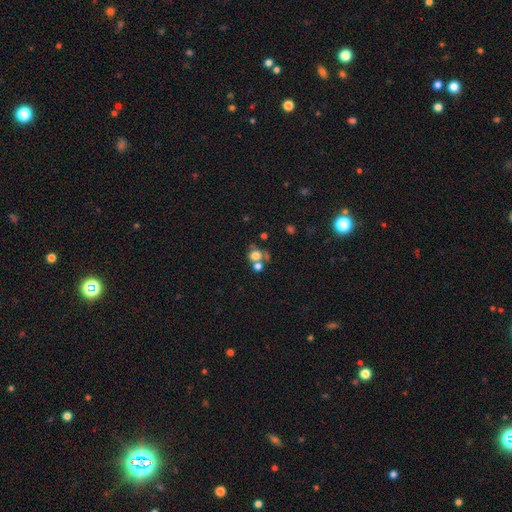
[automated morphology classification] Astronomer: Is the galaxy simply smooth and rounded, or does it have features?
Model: smooth — 68%.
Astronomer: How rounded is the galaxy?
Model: round — 72%.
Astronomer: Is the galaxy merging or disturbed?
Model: merger — 43% (runner-up: none, 39%).